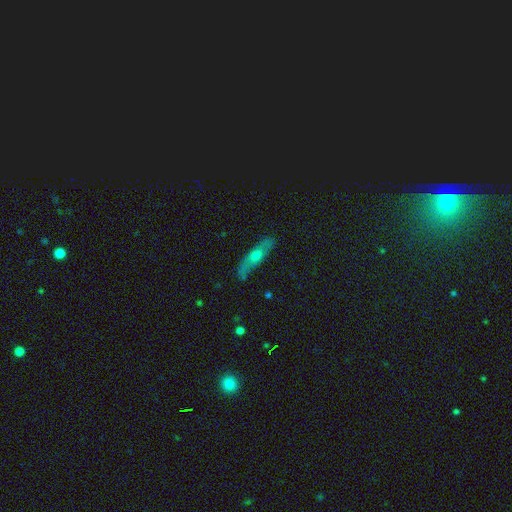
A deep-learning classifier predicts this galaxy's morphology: featured or disk 48%, smooth 45%, star or artifact 6%. Down the decision tree: merging — none (79%).